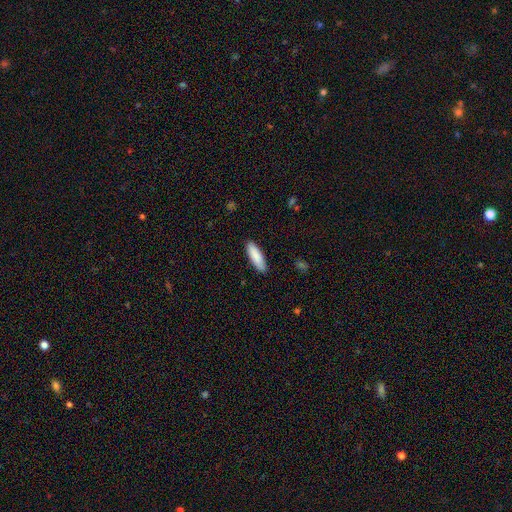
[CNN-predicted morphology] Overall: smooth (88%). How rounded: cigar-shaped (51%; in between 48%). Merging: none (89%).